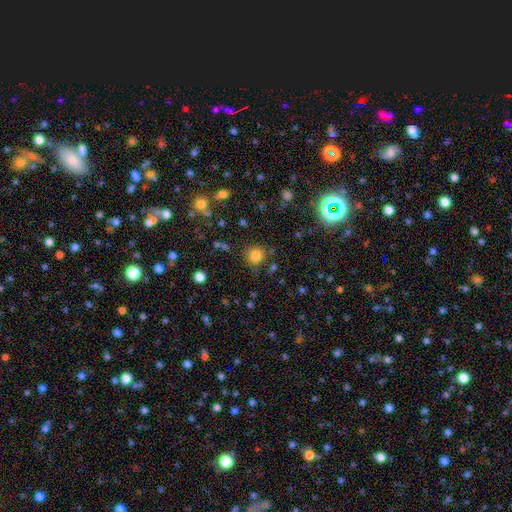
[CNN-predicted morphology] Q: Smooth or featured?
A: smooth (81%); runner-up: star or artifact (14%)
Q: How rounded?
A: round (88%); runner-up: in between (11%)
Q: Merging?
A: none (79%); runner-up: minor disturbance (12%)